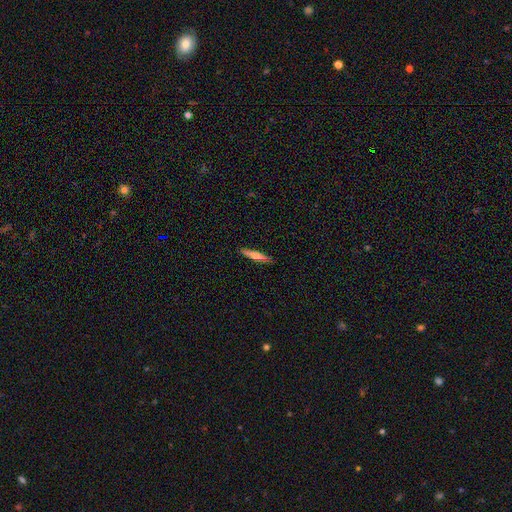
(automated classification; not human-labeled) smooth 56%, featured or disk 38%, star or artifact 6%. Down the decision tree: how rounded — cigar-shaped (89%); merging — none (90%).